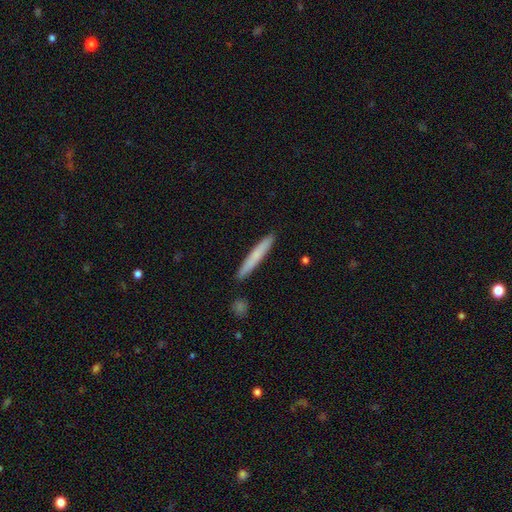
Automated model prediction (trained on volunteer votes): This is likely a smooth galaxy (69%). How rounded: clearly cigar-shaped (96%). Merging: clearly none (90%).